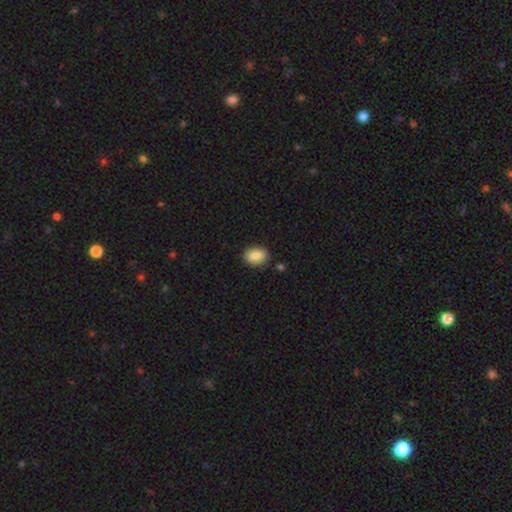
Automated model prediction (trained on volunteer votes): This is clearly a smooth galaxy (86%). How rounded: clearly in between (80%). Merging: clearly none (86%).